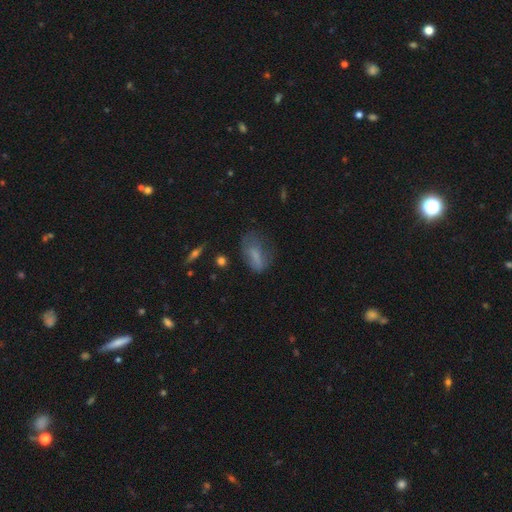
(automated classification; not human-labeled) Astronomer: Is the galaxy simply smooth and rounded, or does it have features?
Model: smooth — 64%.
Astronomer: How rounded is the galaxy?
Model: in between — 80%.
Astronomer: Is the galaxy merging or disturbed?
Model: none — 41% (runner-up: minor disturbance, 29%).